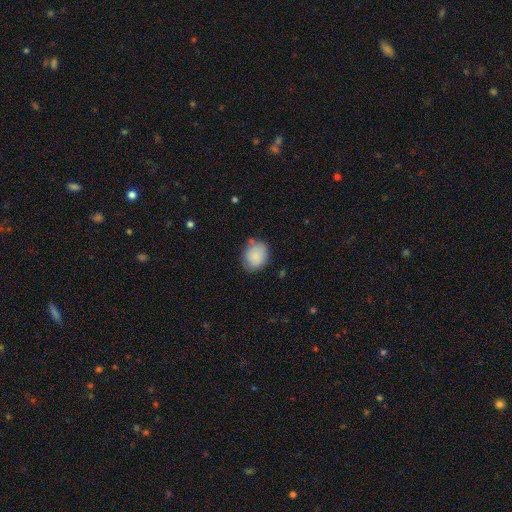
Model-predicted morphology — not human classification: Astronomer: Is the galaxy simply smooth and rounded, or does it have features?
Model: smooth — 87%.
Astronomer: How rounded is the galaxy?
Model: round — 51% (runner-up: in between, 48%).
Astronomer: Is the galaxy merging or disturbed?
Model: none — 71%.